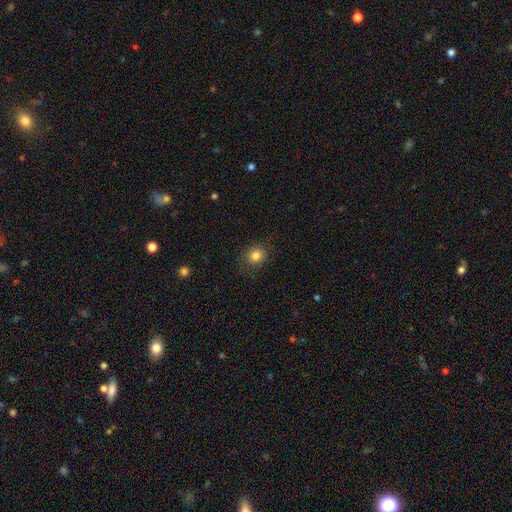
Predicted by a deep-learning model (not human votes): Overall: smooth (83%). How rounded: round (74%). Merging: none (83%).